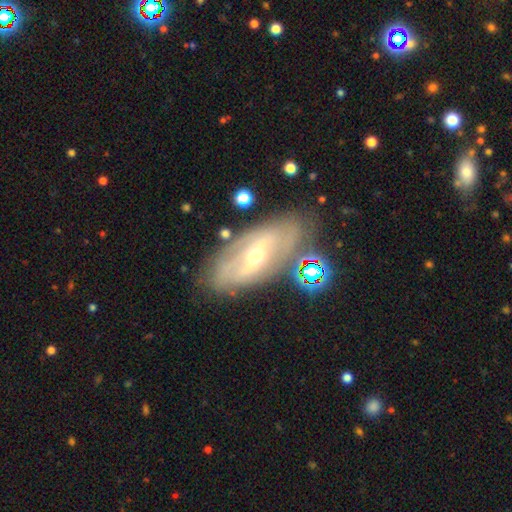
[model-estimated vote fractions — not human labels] featured or disk 77%, smooth 15%, star or artifact 8%. Down the decision tree: edge-on disk — no (86%); bar — weak (37%); spiral arms — yes (72%); bulge size — small (52%); merging — none (72%).